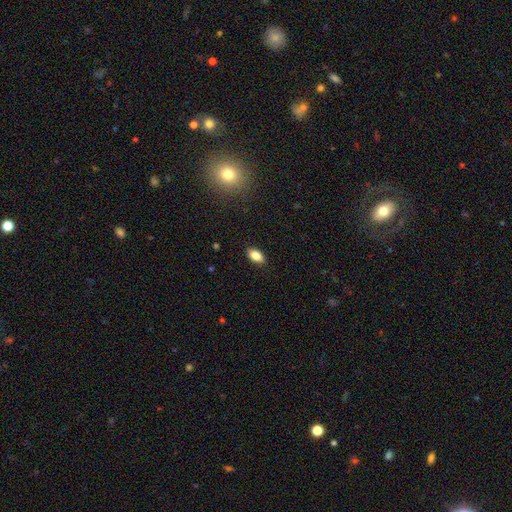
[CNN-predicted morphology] A smooth galaxy with no disk features (84%) that is in between round and cigar-shaped (91%). Merging: none (88%).